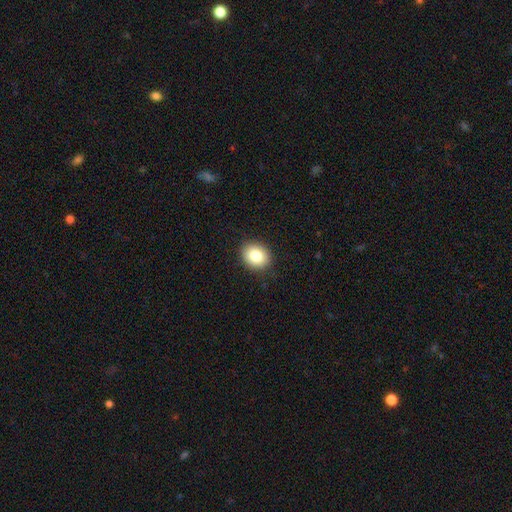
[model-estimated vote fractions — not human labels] This is clearly a smooth galaxy (83%). How rounded: possibly round (57%). Merging: clearly none (89%).